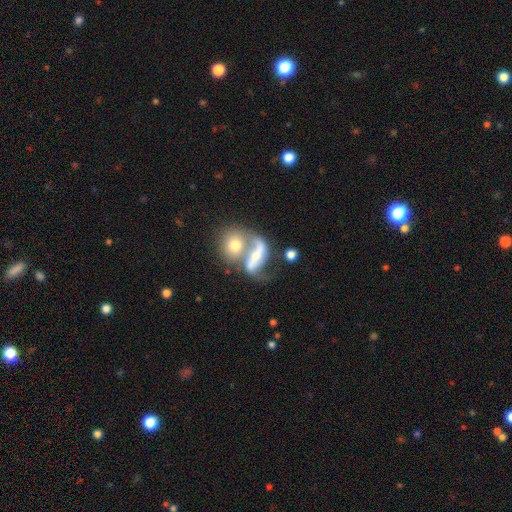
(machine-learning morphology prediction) This is likely a featured or disk galaxy (63%). It is clearly not viewed edge-on (91%). Bar: marginally strong (42%). Spiral arm pattern: likely yes (74%). Central bulge: marginally moderate (44%). Merging: possibly merger (53%).